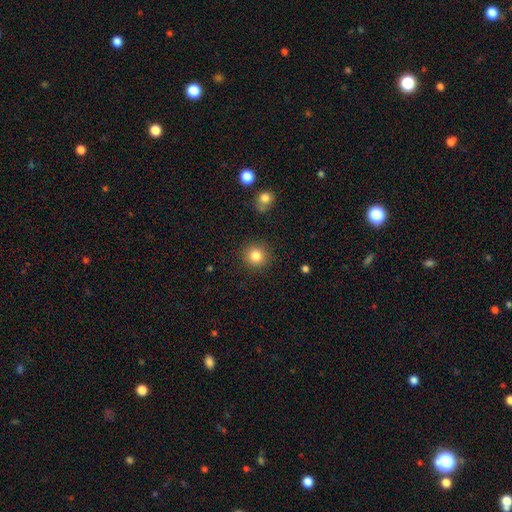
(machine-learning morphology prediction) The model was most divided on "smooth or featured": smooth: 84%, star or artifact: 10%, featured or disk: 5%. More confident: how rounded — round (92%); merging — none (89%).